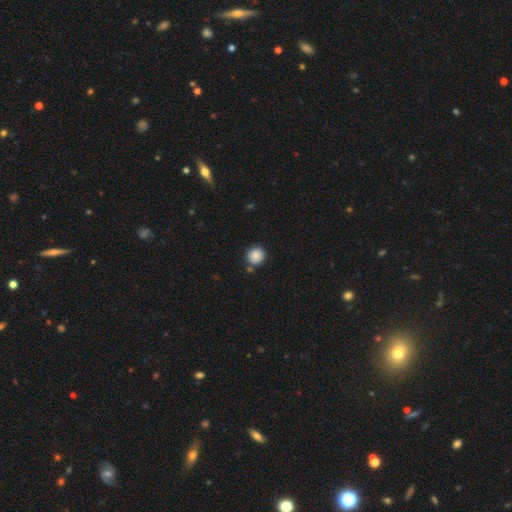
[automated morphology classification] Smooth or featured?
  - smooth: 86% *
  - star or artifact: 8%
  - featured or disk: 6%
How rounded?
  - round: 92% *
  - in between: 7%
  - cigar-shaped: 1%
Merging?
  - none: 79% *
  - minor disturbance: 11%
  - merger: 7%
  - major disturbance: 3%